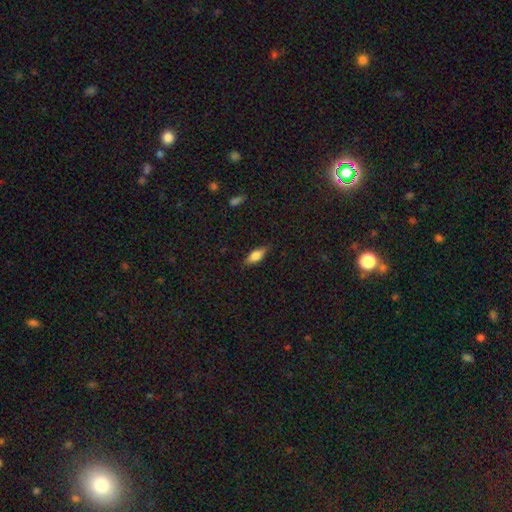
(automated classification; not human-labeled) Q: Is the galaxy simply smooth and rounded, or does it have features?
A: smooth — 70%.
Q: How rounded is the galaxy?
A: in between — 72%.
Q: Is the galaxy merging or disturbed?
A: none — 83%.